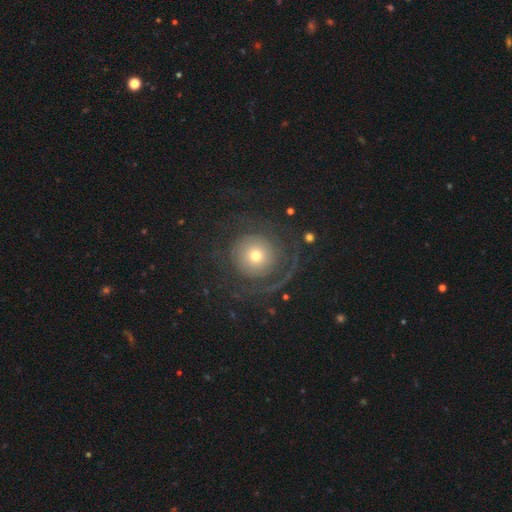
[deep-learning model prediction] Morphology: type=featured or disk (56%); edge-on=no (97%); bar=no (86%); spiral arms=yes (70%); bulge=moderate (46%); merging=none (67%).